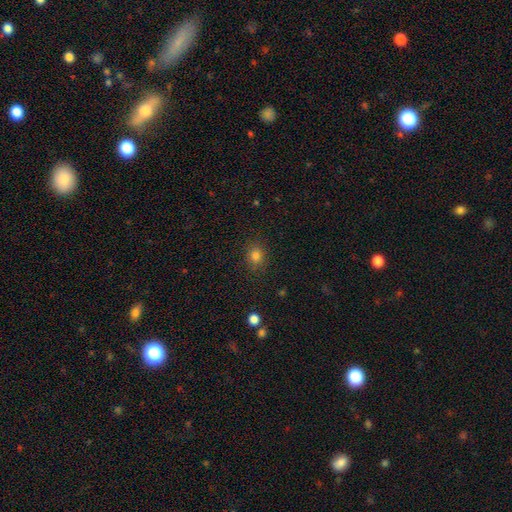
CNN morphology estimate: type=smooth (81%); roundness=round (63%); merging=none (86%).